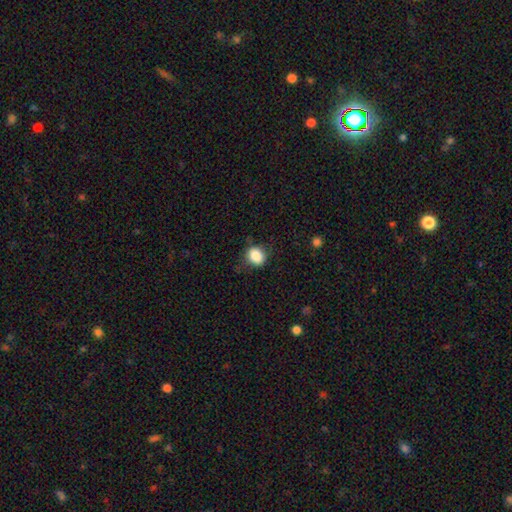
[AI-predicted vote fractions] Overall: smooth (86%). How rounded: round (62%; in between 37%). Merging: none (75%).